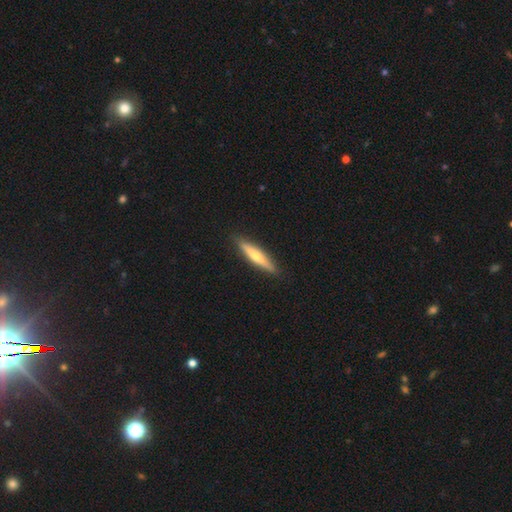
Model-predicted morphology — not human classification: featured or disk 48%, smooth 47%, star or artifact 5%. Down the decision tree: merging — none (91%).